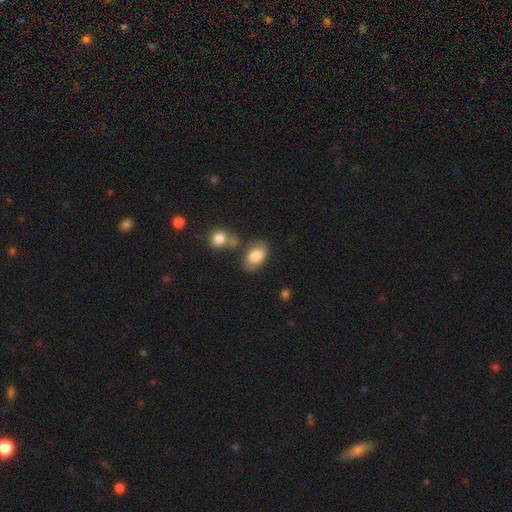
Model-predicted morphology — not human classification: smooth-or-featured: smooth: 76% | featured or disk: 17% | star or artifact: 7%
  how-rounded: in between: 89% | round: 9% | cigar-shaped: 1%
  merging: none: 64% | minor disturbance: 18% | merger: 13% | major disturbance: 6%